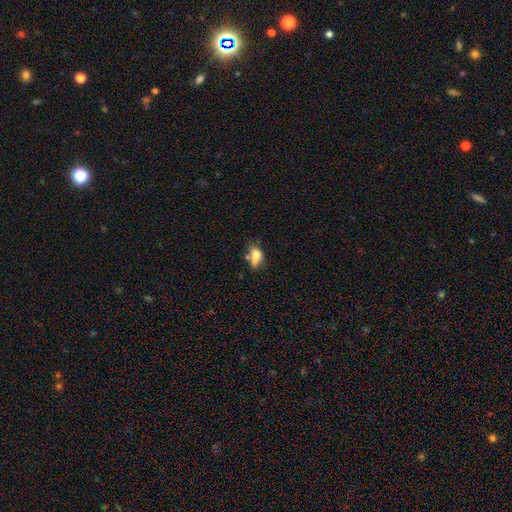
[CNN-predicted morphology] Q: Smooth or featured?
A: smooth (69%); runner-up: featured or disk (20%)
Q: How rounded?
A: in between (76%); runner-up: round (13%)
Q: Merging?
A: none (32%); runner-up: minor disturbance (26%)